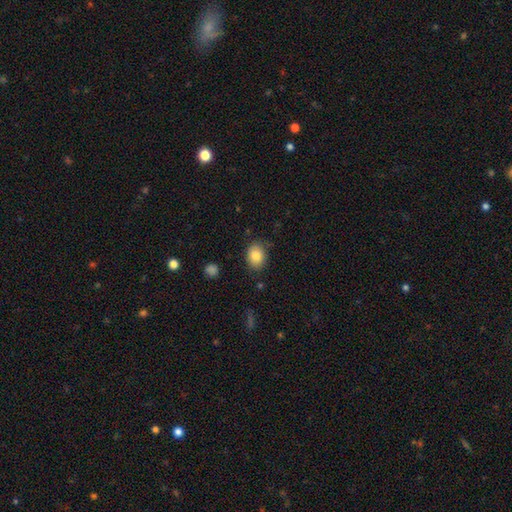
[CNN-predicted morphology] smooth_or_featured: smooth (p=0.83) [alt: star or artifact p=0.09]
how_rounded: in between (p=0.60) [alt: round p=0.39]
merging: none (p=0.82) [alt: minor disturbance p=0.14]